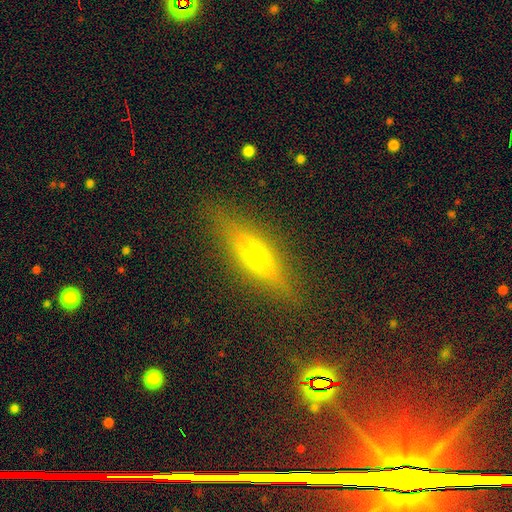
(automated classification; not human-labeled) The model was most divided on "smooth or featured": featured or disk: 45%, smooth: 38%, star or artifact: 16%. More confident: merging — none (87%).